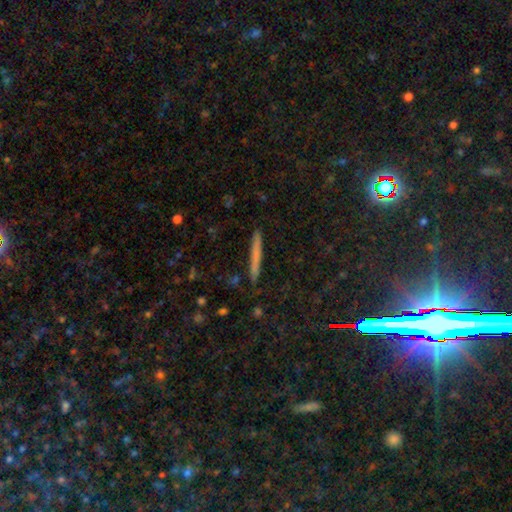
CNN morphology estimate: A smooth galaxy with no disk features (65%) that is cigar-shaped (96%).

Vote fractions:
- Smooth or featured? smooth: 65% / featured or disk: 26% / star or artifact: 9%
- How rounded? cigar-shaped: 96% / in between: 2% / round: 2%
- Merging? none: 90% / minor disturbance: 7% / major disturbance: 1% / merger: 1%